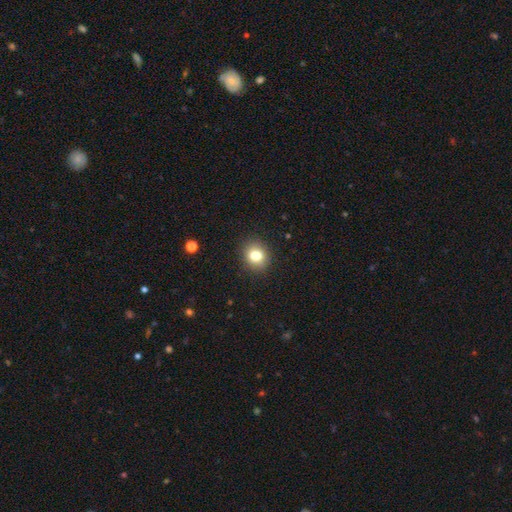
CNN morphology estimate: This appears to be a smooth galaxy with no disk features (80%) that is round (69%). Merging: none (90%).